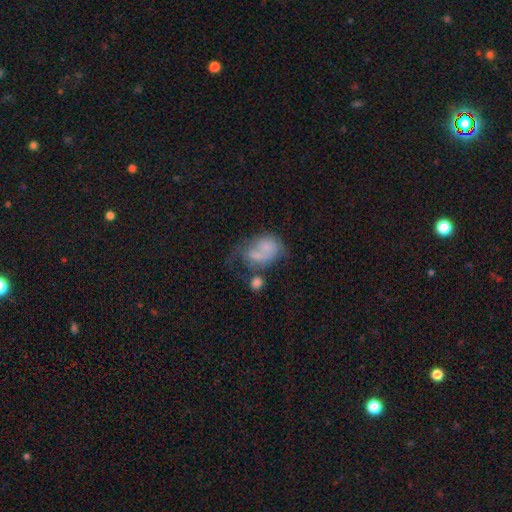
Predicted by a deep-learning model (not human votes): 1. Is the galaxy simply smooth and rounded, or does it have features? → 54% smooth, 35% featured or disk, 11% star or artifact.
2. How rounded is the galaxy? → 62% in between, 36% round, 2% cigar-shaped.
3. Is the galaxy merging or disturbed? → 34% merger, 25% major disturbance, 22% none, 18% minor disturbance.